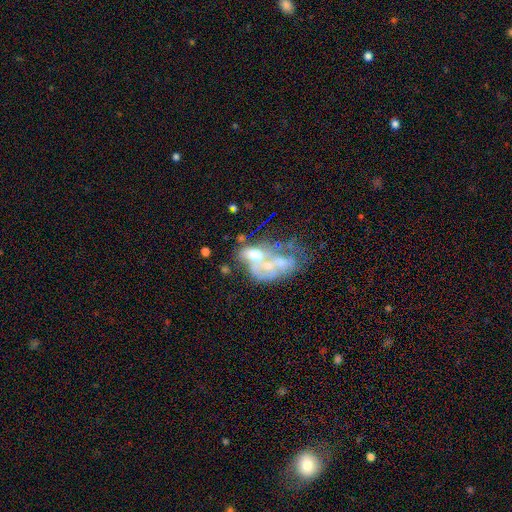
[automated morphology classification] Q: Smooth or featured?
A: featured or disk (59%); runner-up: smooth (28%)
Q: Edge-on disk?
A: no (97%); runner-up: yes (3%)
Q: Bar?
A: no (87%); runner-up: weak (10%)
Q: Spiral arms?
A: no (87%); runner-up: yes (13%)
Q: Bulge size?
A: moderate (40%); runner-up: none (30%)
Q: Merging?
A: merger (50%); runner-up: major disturbance (24%)